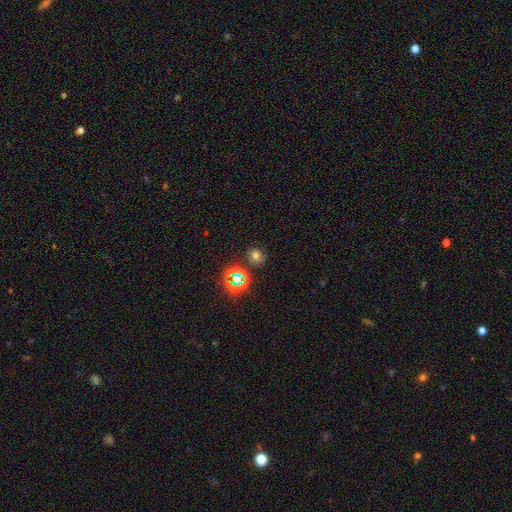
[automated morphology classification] smooth 61%, star or artifact 30%, featured or disk 9%. Down the decision tree: how rounded — round (74%); merging — none (76%).